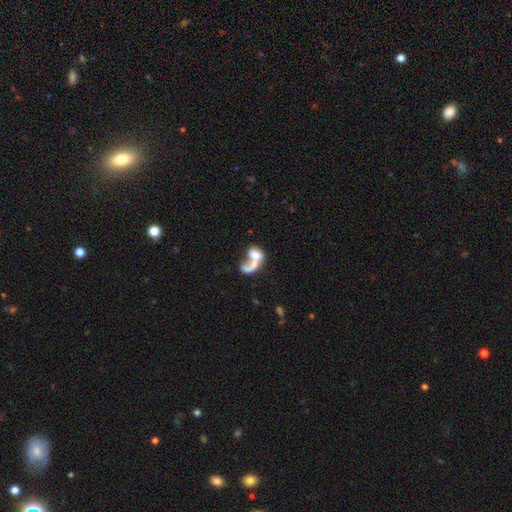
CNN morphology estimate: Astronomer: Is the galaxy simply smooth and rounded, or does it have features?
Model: featured or disk — 45% (runner-up: smooth, 43%).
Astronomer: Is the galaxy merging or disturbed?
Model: merger — 57%.